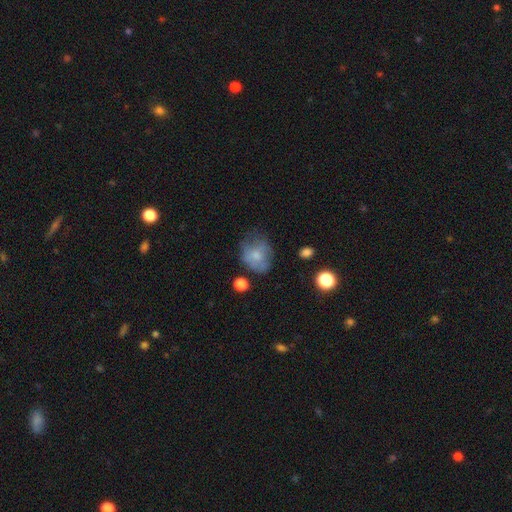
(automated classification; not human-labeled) Smooth or featured: smooth — 67% (featured or disk — 24%)
How rounded: round — 55% (in between — 44%)
Merging: none — 44% (minor disturbance — 31%)